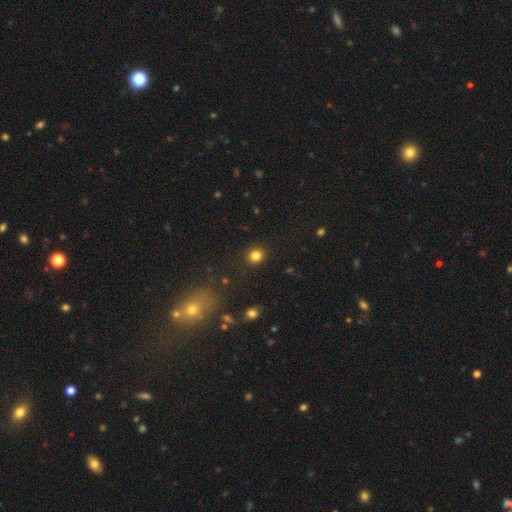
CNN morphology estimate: The model was most divided on "how rounded": round: 82%, in between: 17%, cigar-shaped: 1%. More confident: merging — none (90%); smooth or featured — smooth (82%).